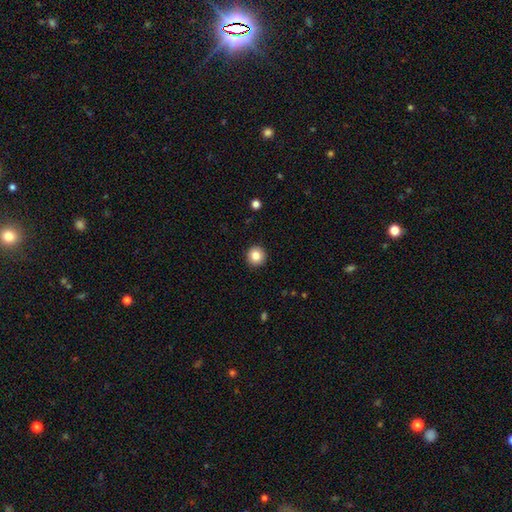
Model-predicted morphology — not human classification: Smooth or featured?
  - smooth: 84% *
  - star or artifact: 10%
  - featured or disk: 7%
How rounded?
  - round: 95% *
  - in between: 4%
  - cigar-shaped: 1%
Merging?
  - none: 93% *
  - minor disturbance: 5%
  - major disturbance: 2%
  - merger: 1%